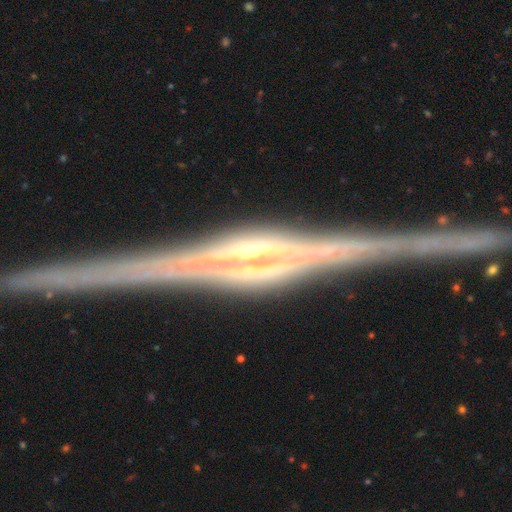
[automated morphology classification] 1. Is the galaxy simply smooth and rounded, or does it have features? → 89% featured or disk, 7% star or artifact, 4% smooth.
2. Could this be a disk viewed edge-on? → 98% yes, 2% no.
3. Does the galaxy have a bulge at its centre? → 52% rounded, 36% boxy, 12% none.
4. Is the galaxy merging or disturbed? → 90% none, 7% minor disturbance, 1% major disturbance, 1% merger.